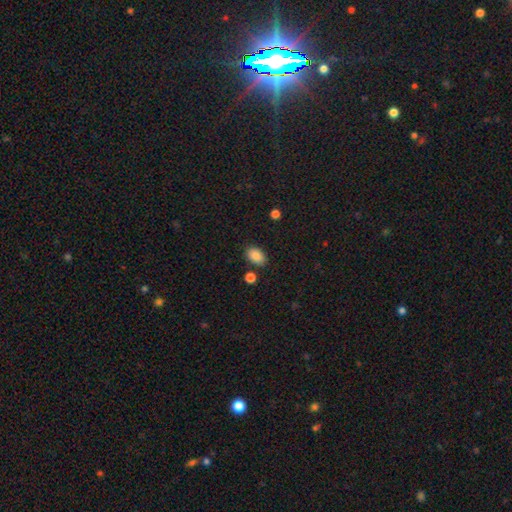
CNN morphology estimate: This is clearly a smooth galaxy (88%). How rounded: clearly in between (87%). Merging: clearly none (82%).